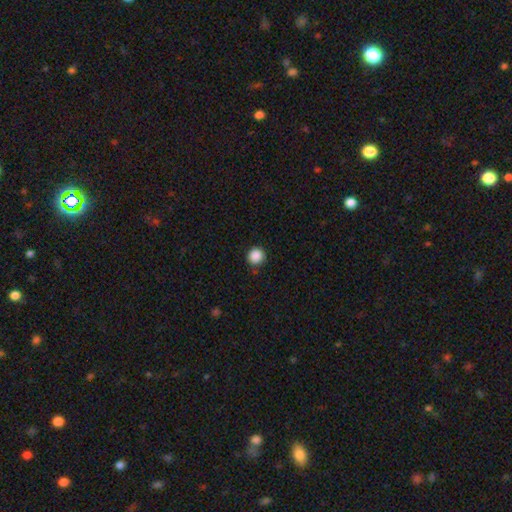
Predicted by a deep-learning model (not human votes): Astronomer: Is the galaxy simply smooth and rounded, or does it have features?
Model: smooth — 88%.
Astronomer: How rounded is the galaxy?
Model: round — 95%.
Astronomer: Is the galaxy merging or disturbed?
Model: none — 91%.